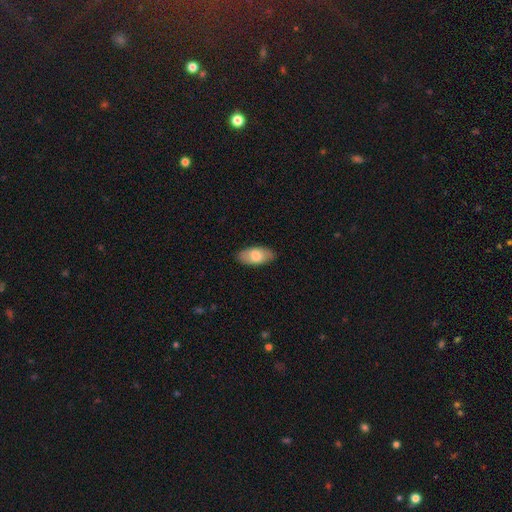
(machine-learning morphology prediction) A smooth galaxy with no disk features (73%) that is in between round and cigar-shaped (92%).

Vote fractions:
- Smooth or featured? smooth: 73% / featured or disk: 21% / star or artifact: 6%
- How rounded? in between: 92% / cigar-shaped: 5% / round: 3%
- Merging? none: 86% / minor disturbance: 11% / major disturbance: 2% / merger: 1%